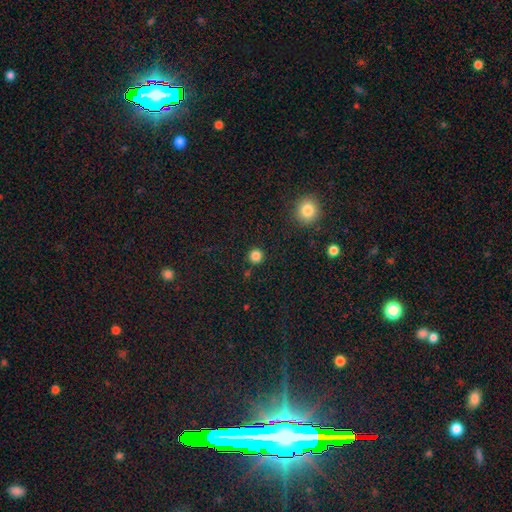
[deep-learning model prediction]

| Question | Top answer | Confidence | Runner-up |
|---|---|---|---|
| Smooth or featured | smooth | 83% | star or artifact (13%) |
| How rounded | round | 95% | in between (4%) |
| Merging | none | 90% | minor disturbance (6%) |